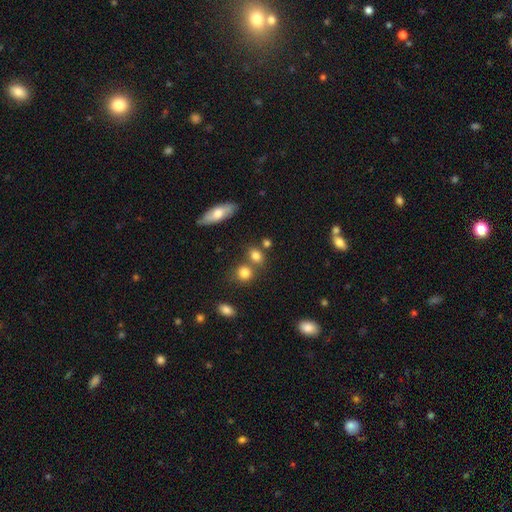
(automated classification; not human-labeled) Smooth or featured: smooth — 79% (star or artifact — 11%)
How rounded: in between — 49% (round — 47%)
Merging: none — 60% (merger — 24%)